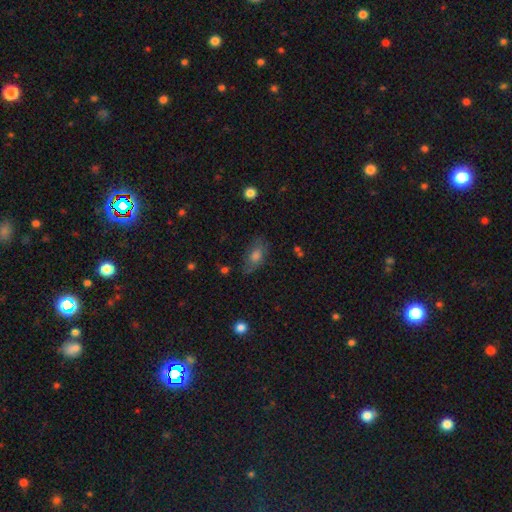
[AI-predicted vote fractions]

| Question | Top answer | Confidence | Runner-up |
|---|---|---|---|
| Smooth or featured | smooth | 67% | featured or disk (21%) |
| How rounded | in between | 84% | round (11%) |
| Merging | none | 66% | minor disturbance (23%) |